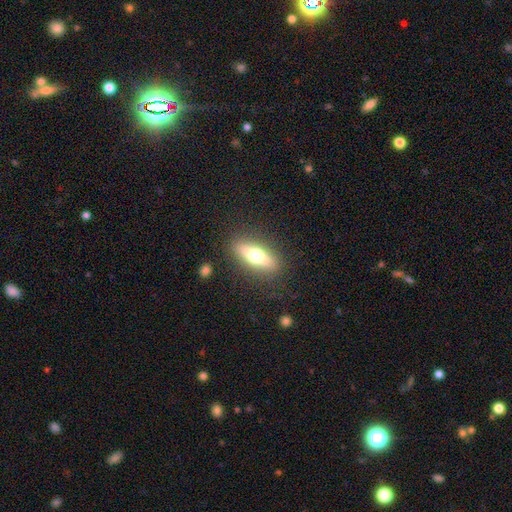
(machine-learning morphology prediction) Smooth or featured?
  - smooth: 57% *
  - featured or disk: 35%
  - star or artifact: 8%
How rounded?
  - in between: 59% *
  - cigar-shaped: 37%
  - round: 5%
Merging?
  - none: 86% *
  - minor disturbance: 10%
  - major disturbance: 3%
  - merger: 1%